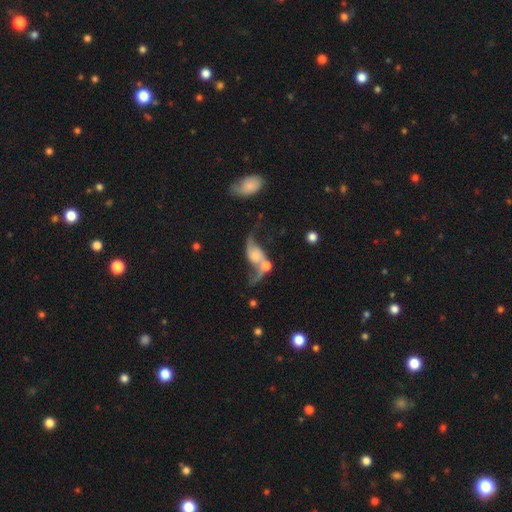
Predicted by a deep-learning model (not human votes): smooth_or_featured: featured or disk (p=0.80) [alt: smooth p=0.14]
disk_edge_on: no (p=0.94) [alt: yes p=0.06]
bar: no (p=0.65) [alt: weak p=0.27]
has_spiral_arms: yes (p=0.93) [alt: no p=0.07]
spiral_winding: loose (p=0.88) [alt: medium p=0.10]
spiral_arm_count: 2 (p=0.91) [alt: 1 p=0.03]
bulge_size: small (p=0.38) [alt: moderate p=0.29]
merging: merger (p=0.38) [alt: none p=0.35]